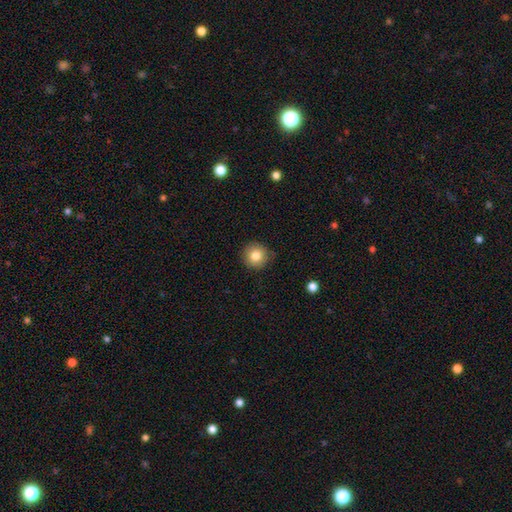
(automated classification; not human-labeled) This appears to be a smooth galaxy with no disk features (82%) that is round (95%). Merging: none (86%).